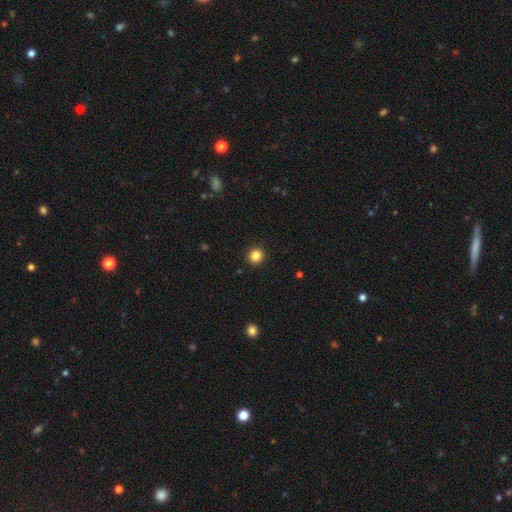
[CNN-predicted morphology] Q: Smooth or featured?
A: smooth (85%); runner-up: star or artifact (11%)
Q: How rounded?
A: round (91%); runner-up: in between (8%)
Q: Merging?
A: none (92%); runner-up: minor disturbance (5%)